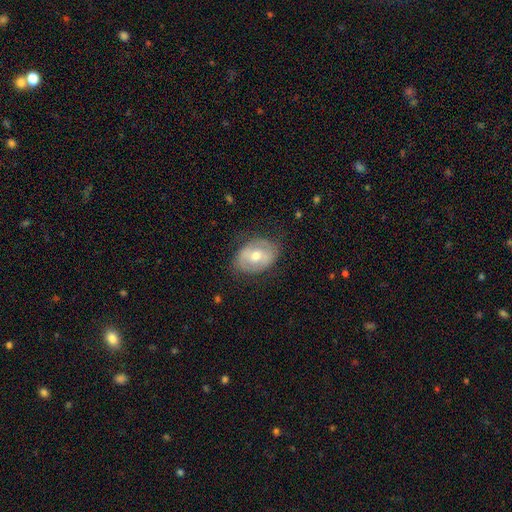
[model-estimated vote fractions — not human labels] This is possibly a featured or disk galaxy (55%). It is clearly not viewed edge-on (94%). Bar: marginally no (39%, tied with weak). Spiral arm pattern: possibly no (55%). Central bulge: likely moderate (68%). Merging: likely none (73%).